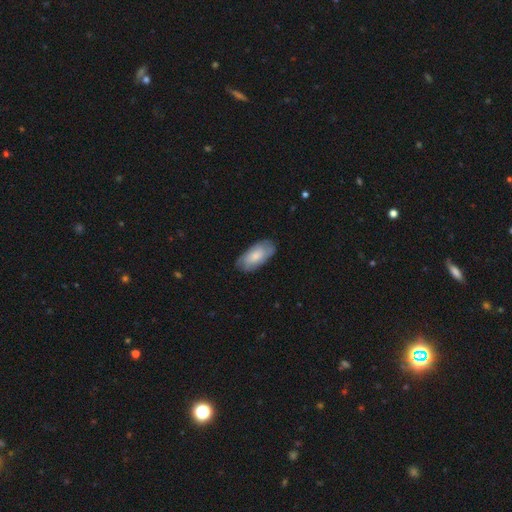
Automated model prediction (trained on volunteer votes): This is likely a smooth galaxy (68%). How rounded: clearly in between (92%). Merging: likely none (78%).